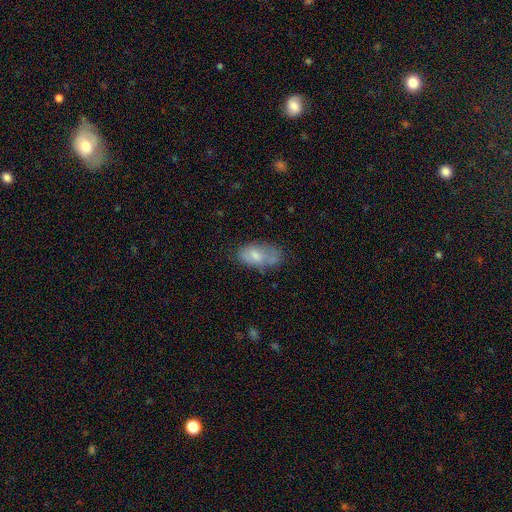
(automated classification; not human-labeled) Smooth or featured: smooth — 70% (featured or disk — 22%)
How rounded: in between — 92% (round — 5%)
Merging: none — 47% (minor disturbance — 30%)